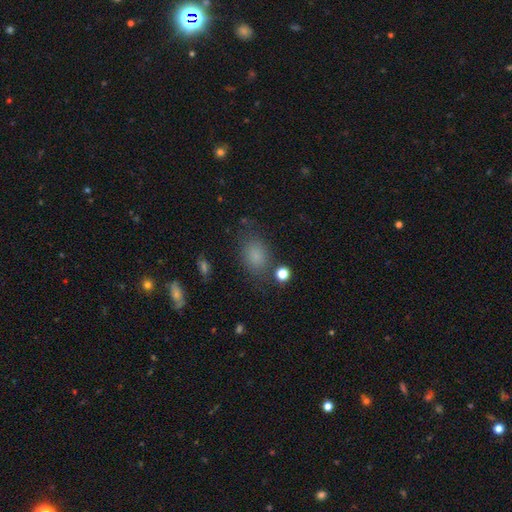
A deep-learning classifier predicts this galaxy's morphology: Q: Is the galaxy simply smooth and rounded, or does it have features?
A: smooth — 78%.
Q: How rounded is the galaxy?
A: in between — 72%.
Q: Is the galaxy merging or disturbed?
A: none — 73%.